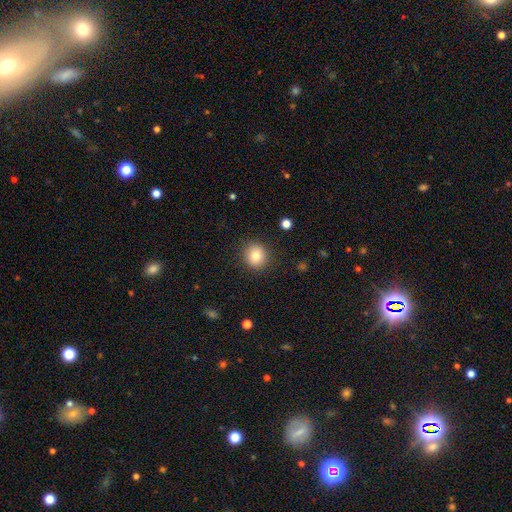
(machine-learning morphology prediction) This is clearly a smooth galaxy (83%). How rounded: clearly round (85%). Merging: clearly none (88%).